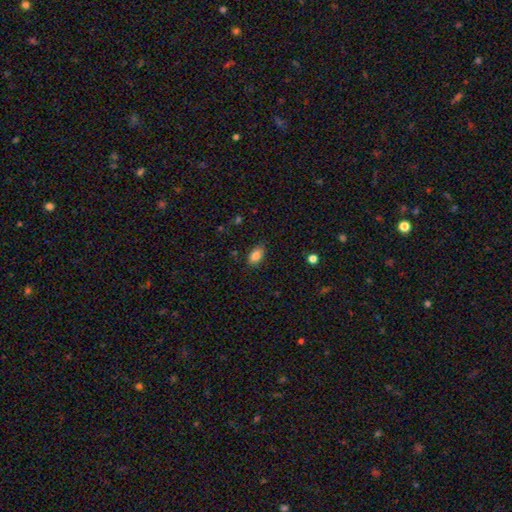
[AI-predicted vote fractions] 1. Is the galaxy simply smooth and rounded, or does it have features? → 86% smooth, 8% star or artifact, 5% featured or disk.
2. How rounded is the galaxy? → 91% in between, 7% round, 2% cigar-shaped.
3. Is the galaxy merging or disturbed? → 83% none, 13% minor disturbance, 3% major disturbance, 1% merger.